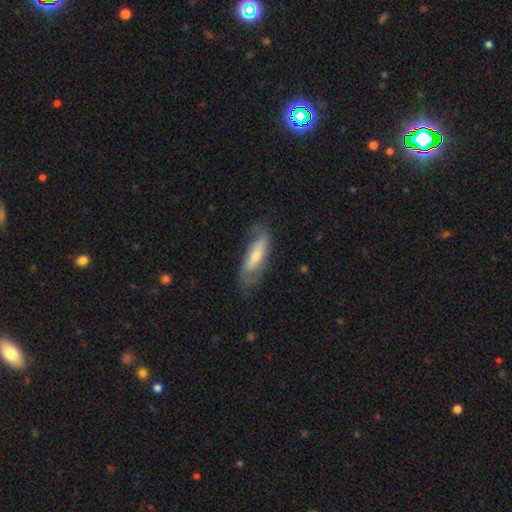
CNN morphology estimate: Smooth or featured? smooth (48%)
Merging? none (65%)